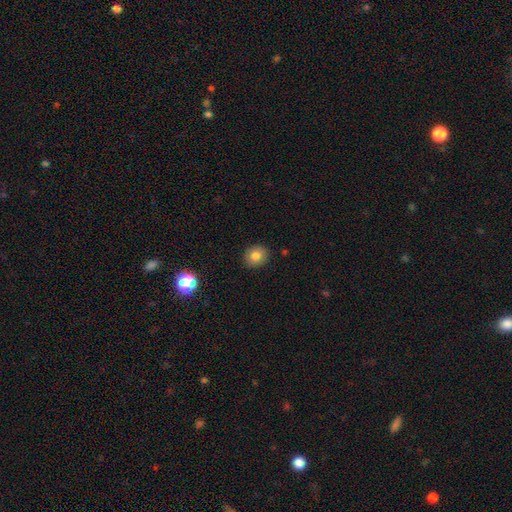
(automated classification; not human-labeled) Smooth or featured? Predicted: smooth (p=0.80). How rounded? Predicted: round (p=0.74). Merging? Predicted: none (p=0.90).